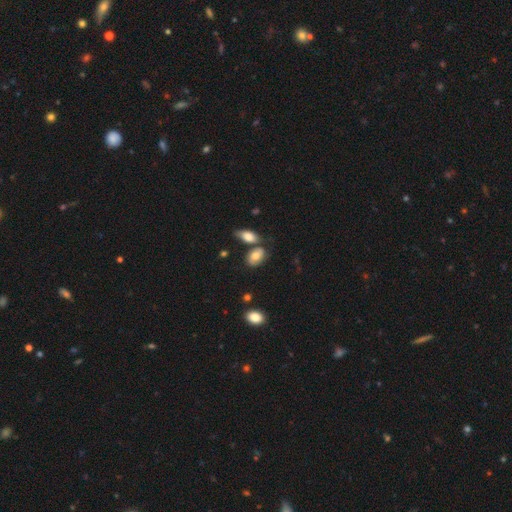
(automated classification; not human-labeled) The model was most divided on "merging": none: 56%, merger: 20%, minor disturbance: 18%, major disturbance: 6%. More confident: how rounded — in between (87%); smooth or featured — smooth (75%).